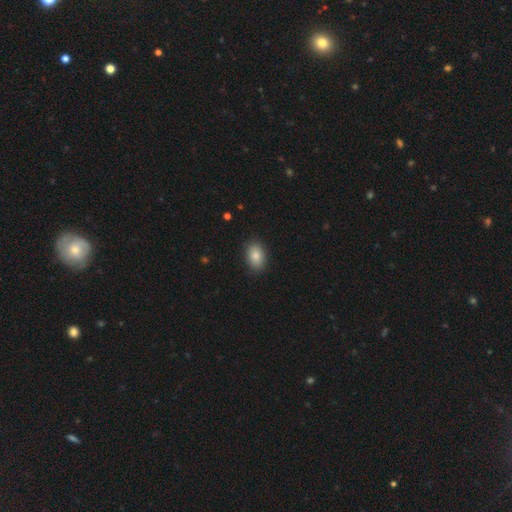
smooth-or-featured: smooth: 80% | featured or disk: 12% | star or artifact: 8%
  how-rounded: in between: 81% | round: 19% | cigar-shaped: 0%
  merging: none: 95% | minor disturbance: 5% | major disturbance: 0% | merger: 0%